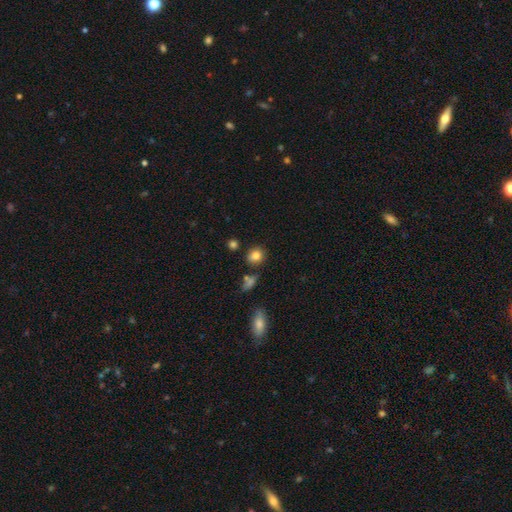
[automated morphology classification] Smooth or featured?
  - smooth: 82% *
  - star or artifact: 11%
  - featured or disk: 7%
How rounded?
  - round: 74% *
  - in between: 25%
  - cigar-shaped: 1%
Merging?
  - none: 80% *
  - minor disturbance: 11%
  - merger: 6%
  - major disturbance: 3%